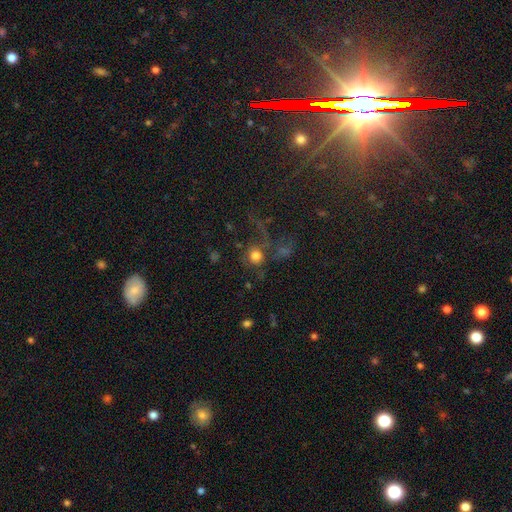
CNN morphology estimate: smooth 68%, star or artifact 17%, featured or disk 15%. Down the decision tree: how rounded — round (87%); merging — none (49%).